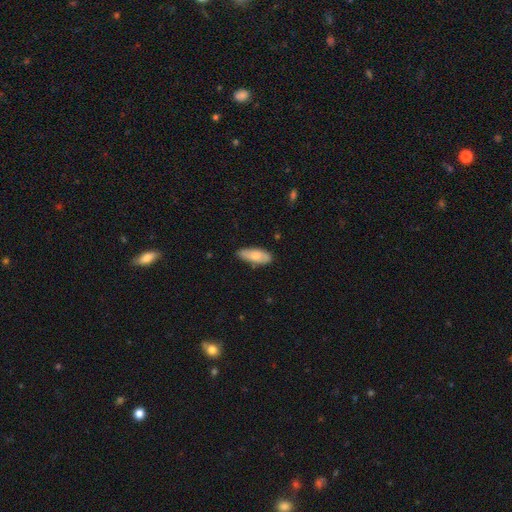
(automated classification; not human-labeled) Smooth or featured? smooth (74%)
How rounded? in between (77%)
Merging? none (78%)